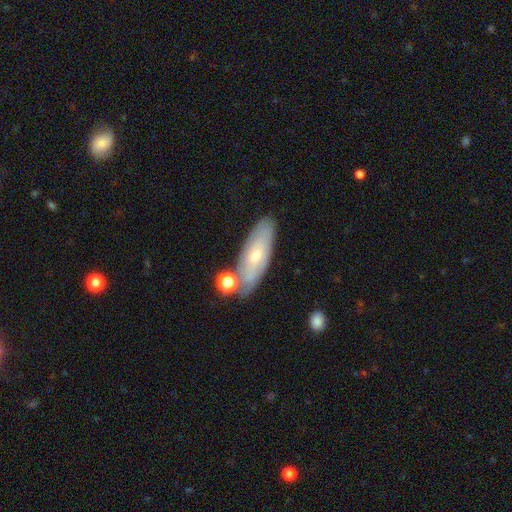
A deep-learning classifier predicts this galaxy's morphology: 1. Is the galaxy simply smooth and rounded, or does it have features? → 49% smooth, 44% featured or disk, 7% star or artifact.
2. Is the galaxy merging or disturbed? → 69% none, 16% minor disturbance, 10% merger, 4% major disturbance.